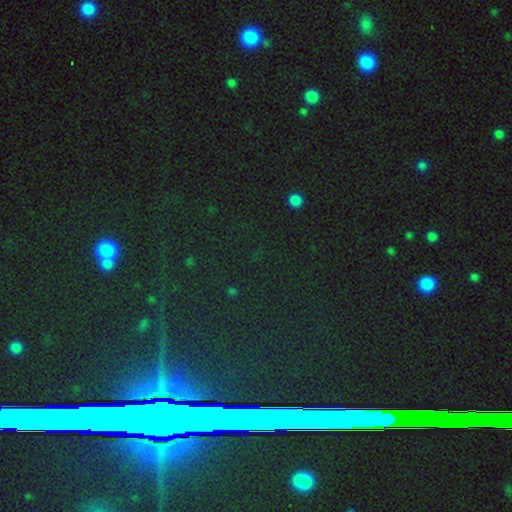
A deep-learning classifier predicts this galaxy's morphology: Q: Smooth or featured?
A: star or artifact (80%); runner-up: featured or disk (10%)